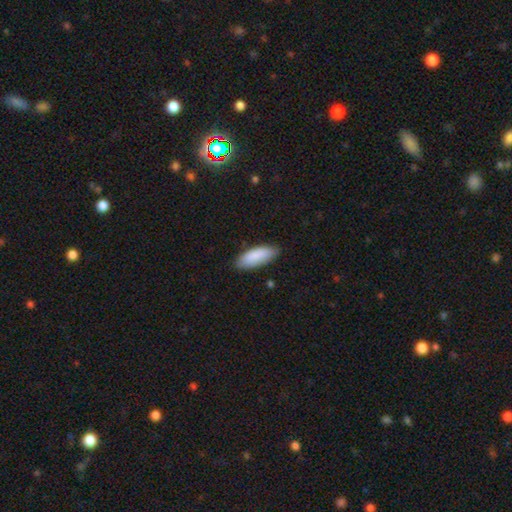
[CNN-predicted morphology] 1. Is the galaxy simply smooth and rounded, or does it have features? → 88% smooth, 7% featured or disk, 5% star or artifact.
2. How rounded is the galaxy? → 77% in between, 22% cigar-shaped, 2% round.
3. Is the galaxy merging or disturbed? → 83% none, 13% minor disturbance, 2% major disturbance, 1% merger.